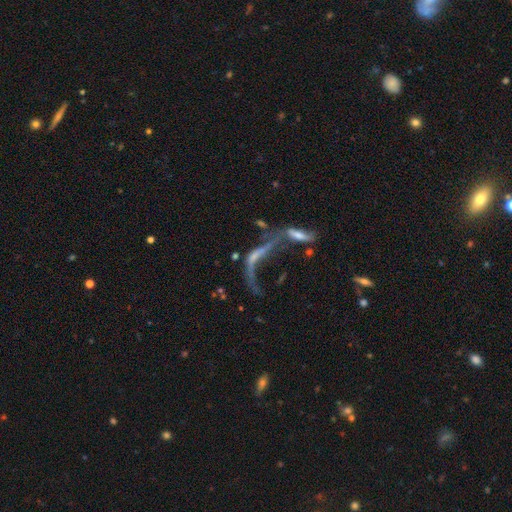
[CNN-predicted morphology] smooth-or-featured: featured or disk: 61% | smooth: 24% | star or artifact: 15%
  disk-edge-on: no: 80% | yes: 20%
  merging: merger: 51% | major disturbance: 27% | none: 15% | minor disturbance: 7%